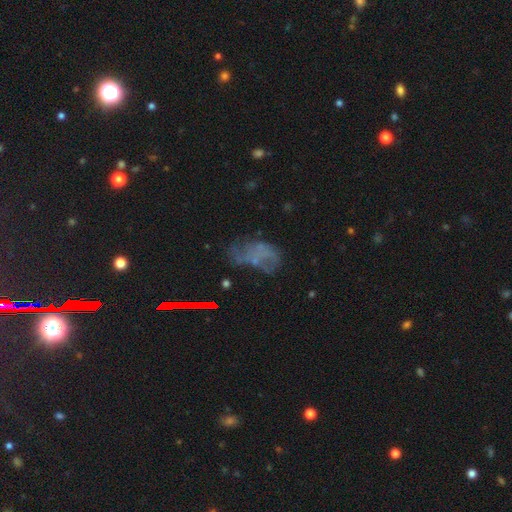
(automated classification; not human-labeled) Smooth or featured? featured or disk (44%)
Merging? none (42%)